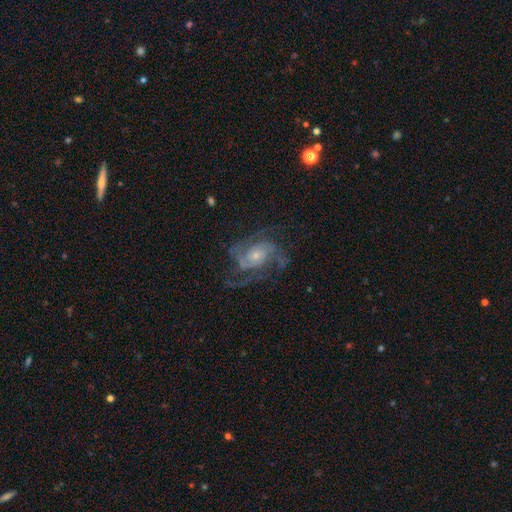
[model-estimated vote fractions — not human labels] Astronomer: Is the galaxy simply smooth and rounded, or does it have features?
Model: featured or disk — 87%.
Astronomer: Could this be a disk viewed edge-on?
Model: no — 98%.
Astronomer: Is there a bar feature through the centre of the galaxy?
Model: no — 66%.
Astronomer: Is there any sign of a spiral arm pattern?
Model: yes — 96%.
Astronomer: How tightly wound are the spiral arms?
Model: medium — 48% (runner-up: tight, 35%).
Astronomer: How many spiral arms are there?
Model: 3 — 30% (runner-up: 2, 27%).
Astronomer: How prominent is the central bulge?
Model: small — 61%.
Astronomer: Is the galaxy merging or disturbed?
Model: none — 63%.